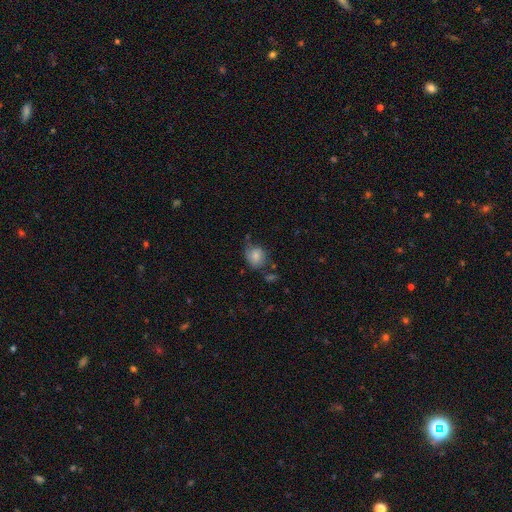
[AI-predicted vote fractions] Smooth or featured? Predicted: smooth (p=0.81). How rounded? Predicted: round (p=0.71). Merging? Predicted: none (p=0.64).